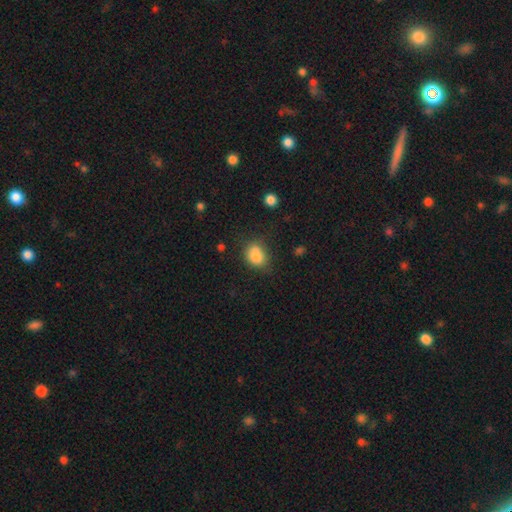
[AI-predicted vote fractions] Smooth or featured: smooth — 79% (star or artifact — 11%)
How rounded: in between — 52% (round — 47%)
Merging: none — 50% (minor disturbance — 22%)